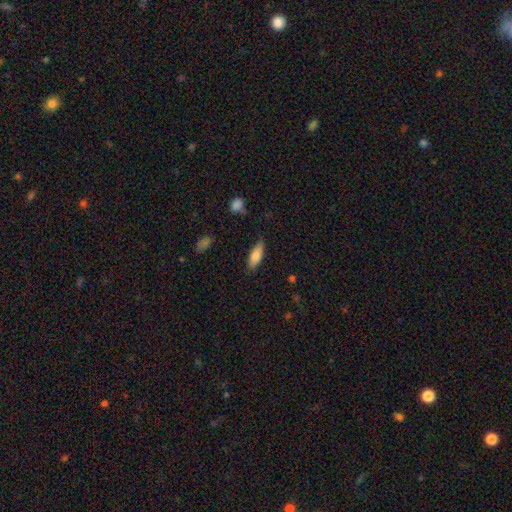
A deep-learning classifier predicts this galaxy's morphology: Smooth or featured: smooth — 82% (featured or disk — 12%)
How rounded: in between — 68% (cigar-shaped — 30%)
Merging: none — 79% (minor disturbance — 16%)